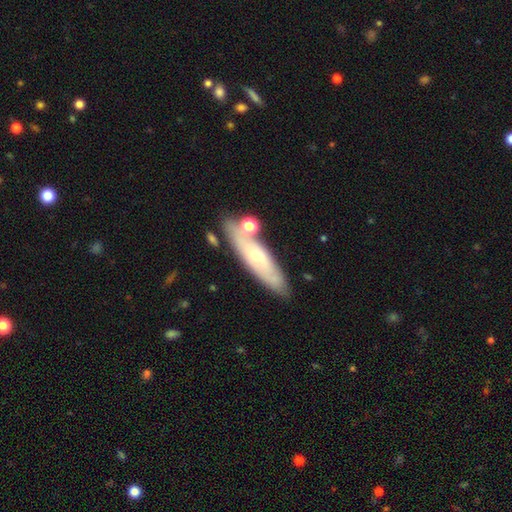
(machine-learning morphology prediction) The model was most divided on "smooth or featured": featured or disk: 54%, smooth: 39%, star or artifact: 7%. More confident: merging — none (70%); edge-on disk — no (59%).